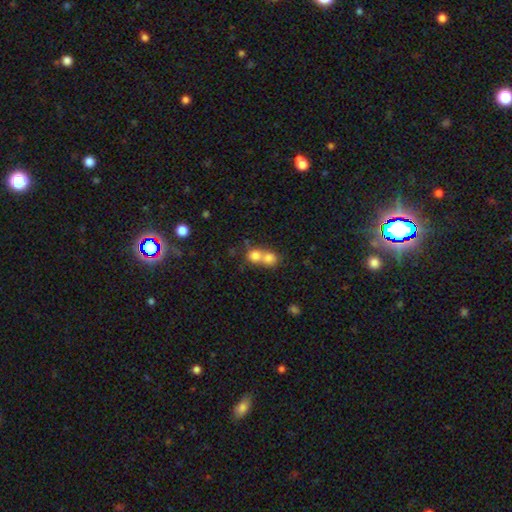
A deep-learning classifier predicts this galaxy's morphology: This is likely a smooth galaxy (76%). How rounded: likely round (77%). Merging: likely merger (68%).